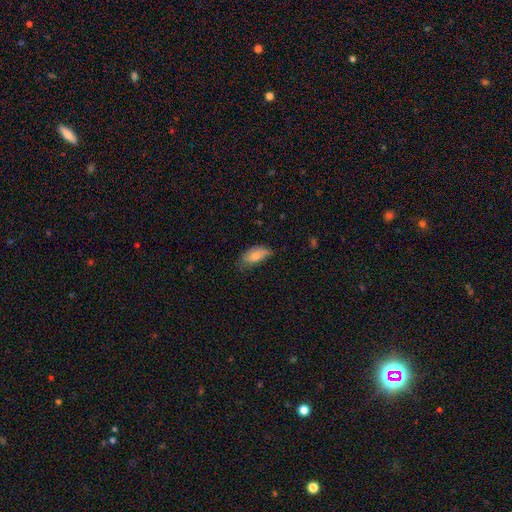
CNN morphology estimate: Smooth or featured?
  - smooth: 77% *
  - featured or disk: 16%
  - star or artifact: 7%
How rounded?
  - in between: 88% *
  - cigar-shaped: 9%
  - round: 3%
Merging?
  - none: 56% *
  - minor disturbance: 35%
  - major disturbance: 8%
  - merger: 2%